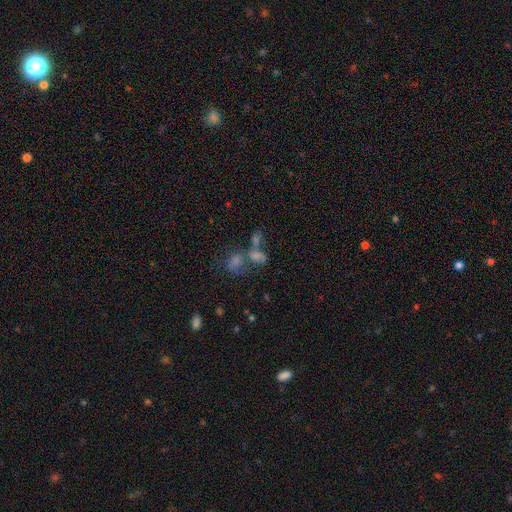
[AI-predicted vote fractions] A smooth galaxy with no disk features (47%).

Vote fractions:
- Smooth or featured? smooth: 47% / star or artifact: 27% / featured or disk: 25%
- Merging? merger: 53% / none: 26% / major disturbance: 12% / minor disturbance: 10%